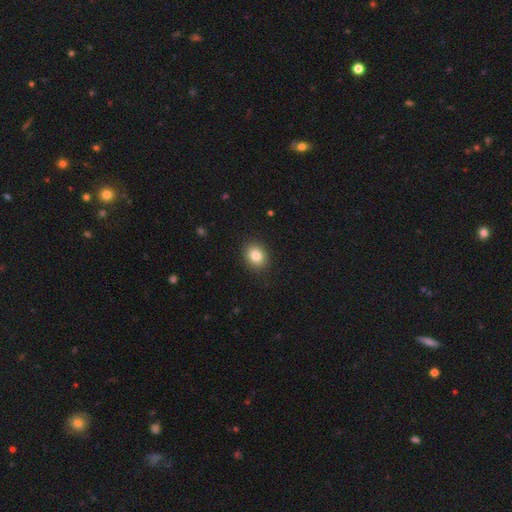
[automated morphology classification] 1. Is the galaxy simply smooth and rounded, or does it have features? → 84% smooth, 9% star or artifact, 7% featured or disk.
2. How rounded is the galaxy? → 51% round, 48% in between, 1% cigar-shaped.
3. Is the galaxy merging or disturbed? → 89% none, 8% minor disturbance, 2% major disturbance, 1% merger.